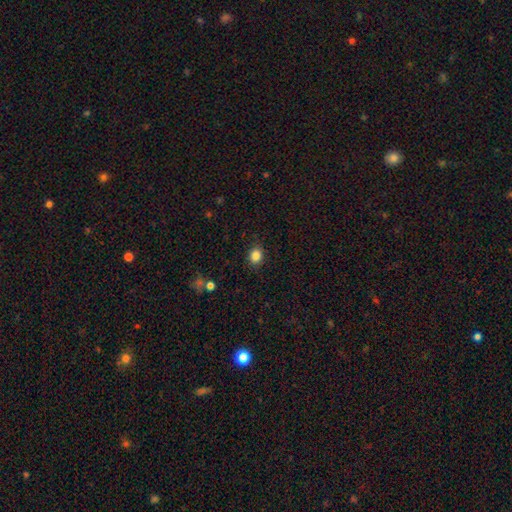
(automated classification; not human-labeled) A smooth galaxy with no disk features (85%) that is round (57%). Merging: none (86%).